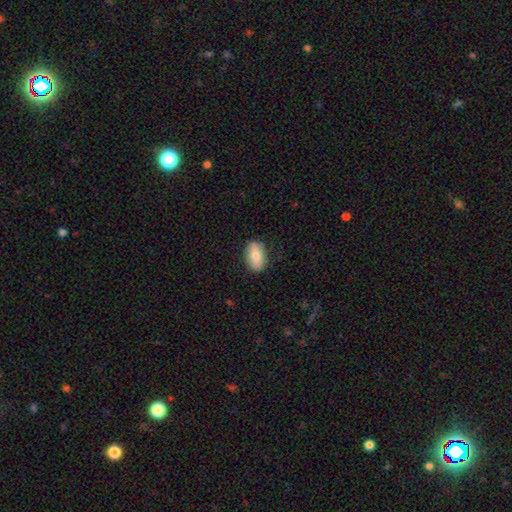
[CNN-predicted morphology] Smooth or featured? Predicted: smooth (p=0.74). How rounded? Predicted: in between (p=0.89). Merging? Predicted: none (p=0.86).